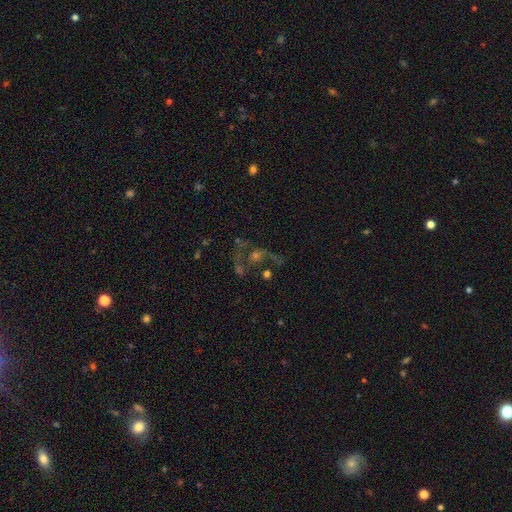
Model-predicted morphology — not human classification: Overall: featured or disk (51%; star or artifact 29%). Edge-on disk: no (96%). Merging: none (35%; major disturbance 27%).